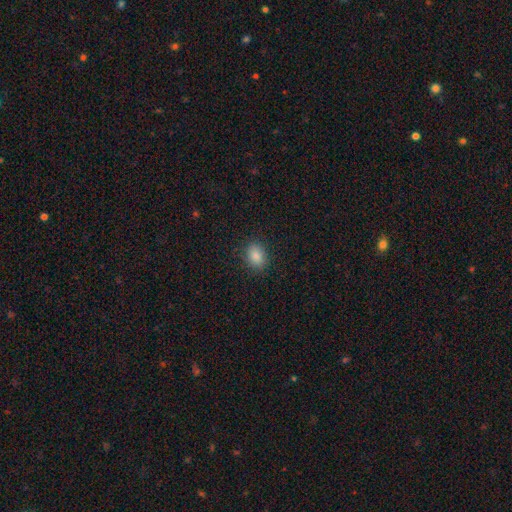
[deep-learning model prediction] This appears to be a smooth galaxy with no disk features (85%) that is in between round and cigar-shaped (67%). Merging: none (88%).